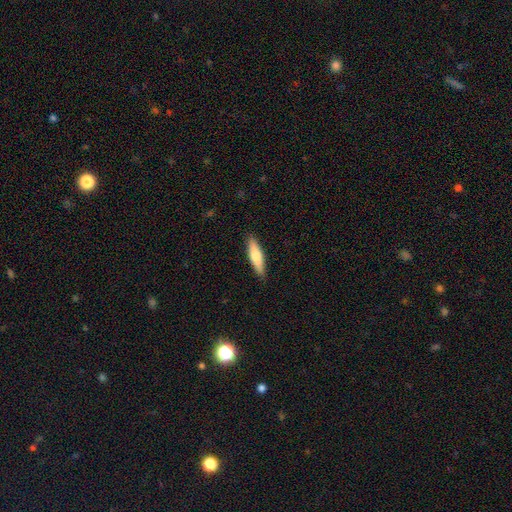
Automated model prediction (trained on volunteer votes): smooth 65%, featured or disk 29%, star or artifact 5%. Down the decision tree: how rounded — cigar-shaped (71%); merging — none (89%).